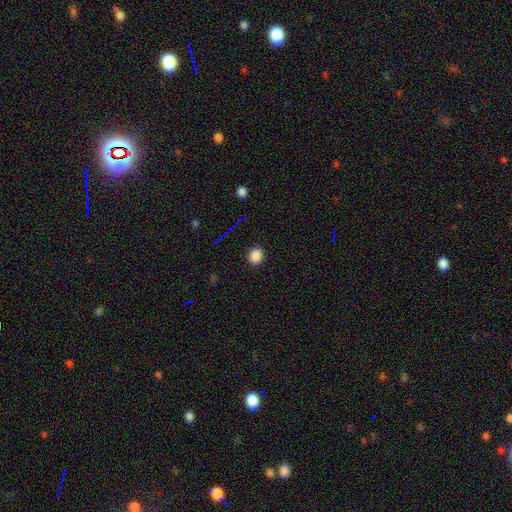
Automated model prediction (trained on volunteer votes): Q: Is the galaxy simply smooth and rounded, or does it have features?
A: smooth — 84%.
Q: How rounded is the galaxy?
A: round — 89%.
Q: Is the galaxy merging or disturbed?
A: none — 90%.